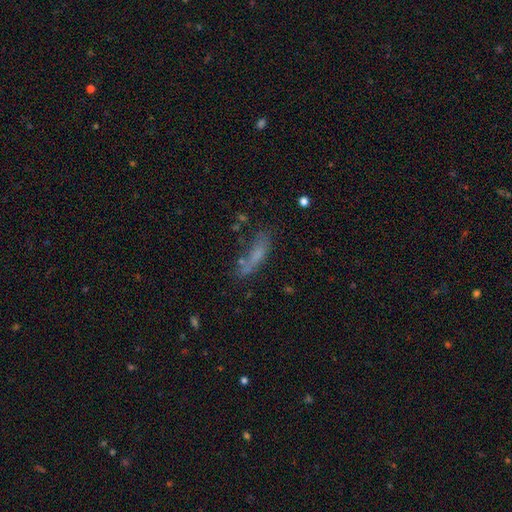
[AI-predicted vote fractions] A smooth galaxy with no disk features (62%) that is cigar-shaped (64%). Merging: none (49%).